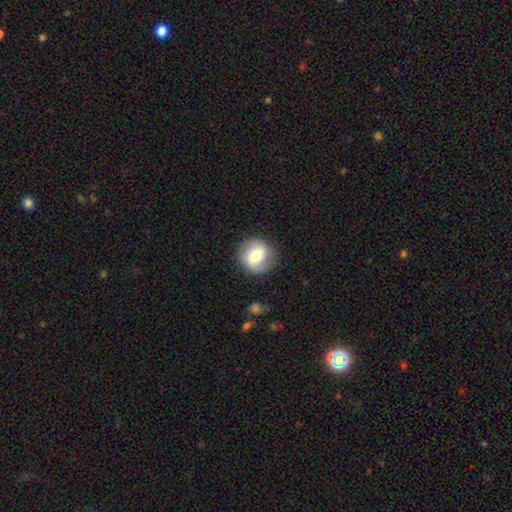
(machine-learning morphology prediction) type=smooth (52%); roundness=round (86%); merging=none (85%).